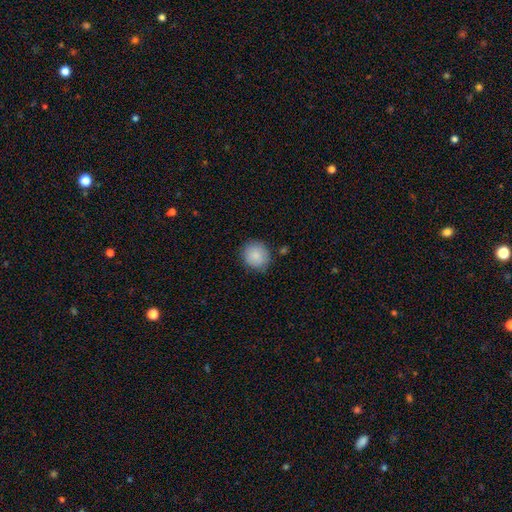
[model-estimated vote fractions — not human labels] Smooth or featured? Predicted: smooth (p=0.87). How rounded? Predicted: round (p=0.83). Merging? Predicted: none (p=0.83).